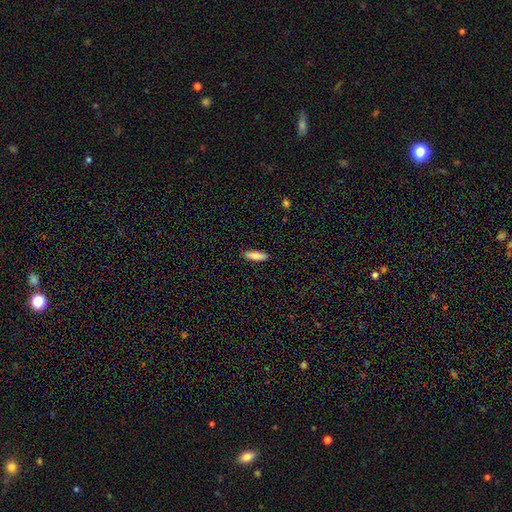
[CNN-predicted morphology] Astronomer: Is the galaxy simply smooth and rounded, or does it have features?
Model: smooth — 83%.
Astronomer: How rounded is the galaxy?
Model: cigar-shaped — 52% (runner-up: in between, 46%).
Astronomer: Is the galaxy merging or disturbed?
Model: none — 87%.